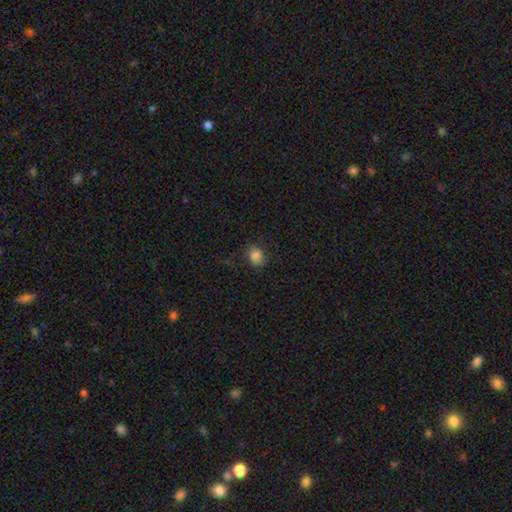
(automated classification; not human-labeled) The model was most divided on "how rounded": round: 53%, in between: 46%, cigar-shaped: 1%. More confident: smooth or featured — smooth (82%); merging — none (72%).